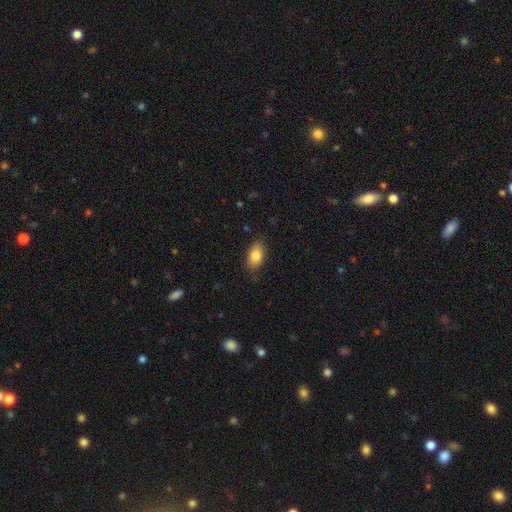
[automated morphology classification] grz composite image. It shows a smooth galaxy with no disk features (82%) that is in between round and cigar-shaped (90%). Merging: none (83%).